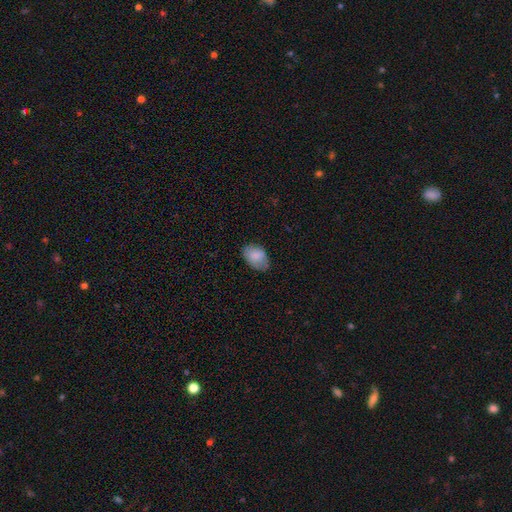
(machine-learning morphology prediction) smooth 84%, featured or disk 9%, star or artifact 7%. Down the decision tree: how rounded — in between (87%); merging — none (72%).